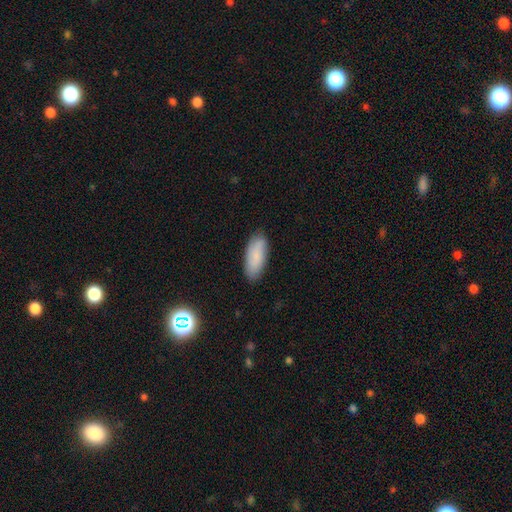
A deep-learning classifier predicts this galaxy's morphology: Overall: smooth (82%). How rounded: in between (76%). Merging: none (84%).